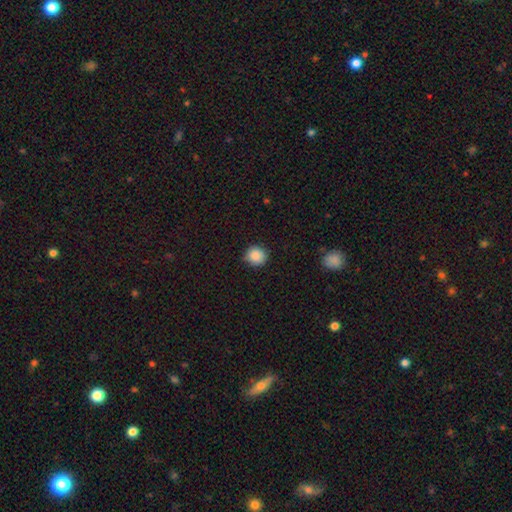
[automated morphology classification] Smooth or featured? smooth (88%)
How rounded? round (91%)
Merging? none (86%)